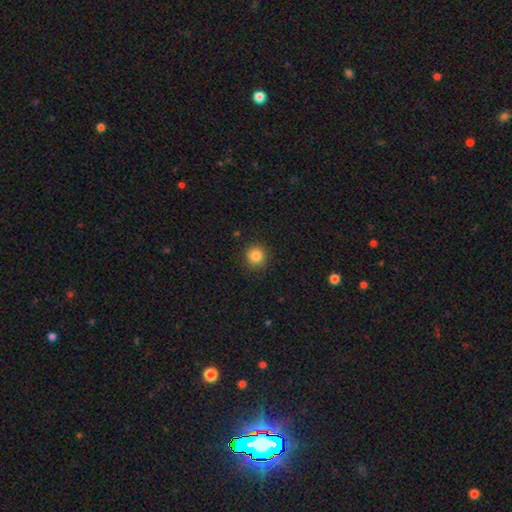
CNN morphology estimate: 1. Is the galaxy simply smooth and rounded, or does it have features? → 84% smooth, 11% star or artifact, 5% featured or disk.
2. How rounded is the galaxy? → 92% round, 7% in between, 1% cigar-shaped.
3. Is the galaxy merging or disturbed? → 90% none, 6% minor disturbance, 2% major disturbance, 1% merger.